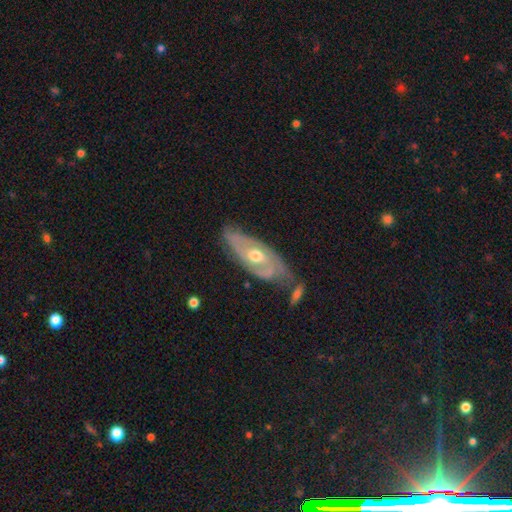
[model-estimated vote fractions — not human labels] Smooth or featured? Predicted: featured or disk (p=0.78). Edge-on disk? Predicted: no (p=0.86). Bar? Predicted: no (p=0.69). Spiral arms? Predicted: yes (p=0.81). Spiral winding? Predicted: tight (p=0.55). Spiral arm count? Predicted: 2 (p=0.53). Bulge size? Predicted: moderate (p=0.75). Merging? Predicted: none (p=0.59).